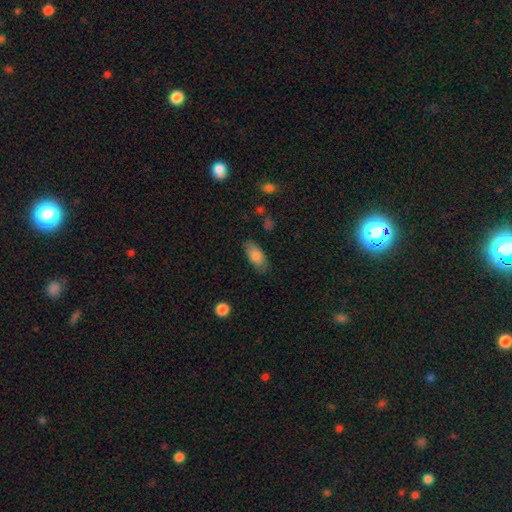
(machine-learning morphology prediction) Smooth or featured: smooth — 84% (featured or disk — 9%)
How rounded: in between — 88% (cigar-shaped — 8%)
Merging: none — 77% (minor disturbance — 17%)